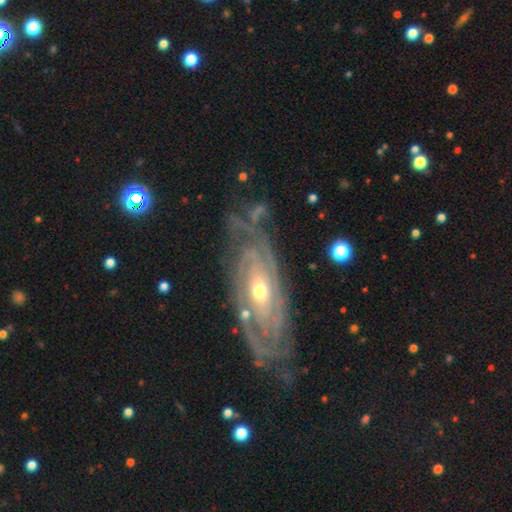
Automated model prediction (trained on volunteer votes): smooth_or_featured: featured or disk (p=0.88) [alt: smooth p=0.06]
disk_edge_on: no (p=0.91) [alt: yes p=0.09]
bar: no (p=0.69) [alt: weak p=0.21]
has_spiral_arms: yes (p=0.94) [alt: no p=0.06]
spiral_winding: tight (p=0.79) [alt: medium p=0.17]
spiral_arm_count: can't tell (p=0.36) [alt: 2 p=0.22]
bulge_size: moderate (p=0.56) [alt: small p=0.39]
merging: none (p=0.69) [alt: minor disturbance p=0.19]